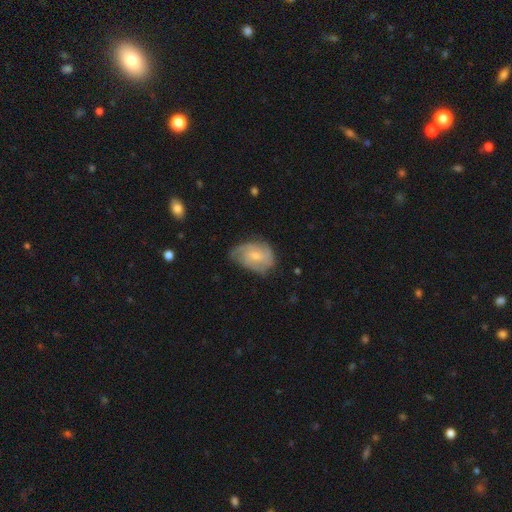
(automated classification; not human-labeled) A featured or disk galaxy (67%) with no bar (54%), 3 (32%) medium (43%, tied with tight) spiral arms (90%) and a small central bulge (56%).

Vote fractions:
- Smooth or featured? featured or disk: 67% / smooth: 27% / star or artifact: 6%
- Edge-on disk? no: 97% / yes: 3%
- Bar? no: 54% / weak: 40% / strong: 6%
- Spiral arms? yes: 90% / no: 10%
- Spiral winding? medium: 43% (tied) / tight: 43% (tied) / loose: 15%
- Spiral arm count? 3: 32% / 2: 30% / can't tell: 25% / 4: 6% / 1: 5% / more than 4: 3%
- Bulge size? small: 56% / moderate: 36% / none: 5% / large: 2% / dominant: 1%
- Merging? none: 58% / minor disturbance: 30% / major disturbance: 10% / merger: 1%